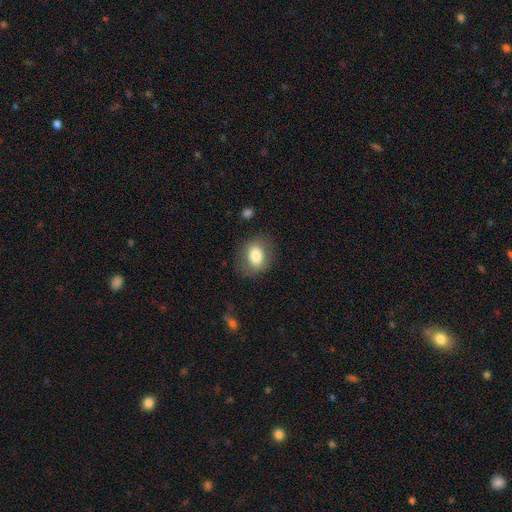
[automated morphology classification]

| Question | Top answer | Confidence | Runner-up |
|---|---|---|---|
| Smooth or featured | smooth | 78% | featured or disk (14%) |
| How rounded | in between | 59% | round (40%) |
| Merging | none | 79% | minor disturbance (14%) |